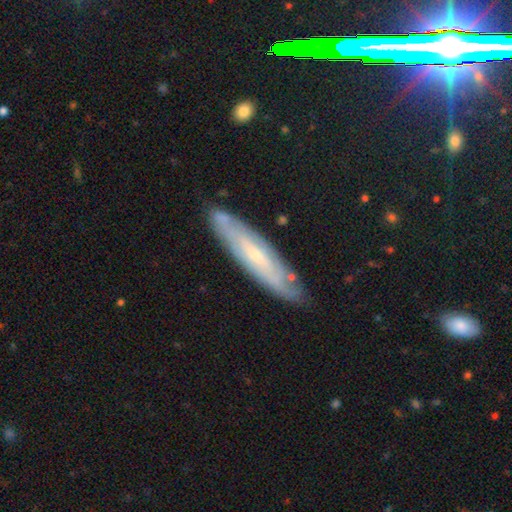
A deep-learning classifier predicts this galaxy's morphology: Smooth or featured: featured or disk — 67% (smooth — 26%)
Edge-on disk: no — 53% (yes — 47%)
Merging: none — 82% (minor disturbance — 14%)